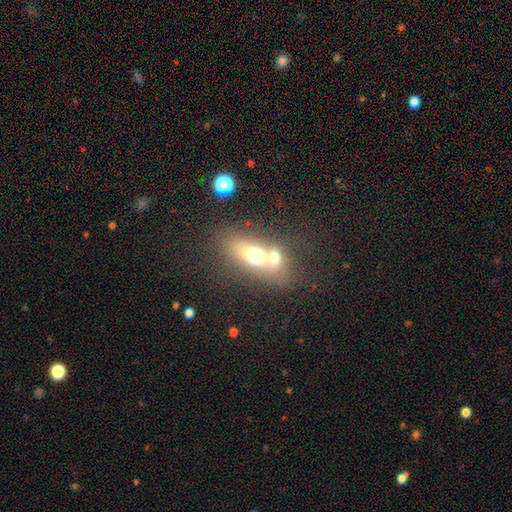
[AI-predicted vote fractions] Smooth or featured: smooth — 60% (featured or disk — 30%)
How rounded: in between — 72% (cigar-shaped — 15%)
Merging: merger — 57% (none — 28%)